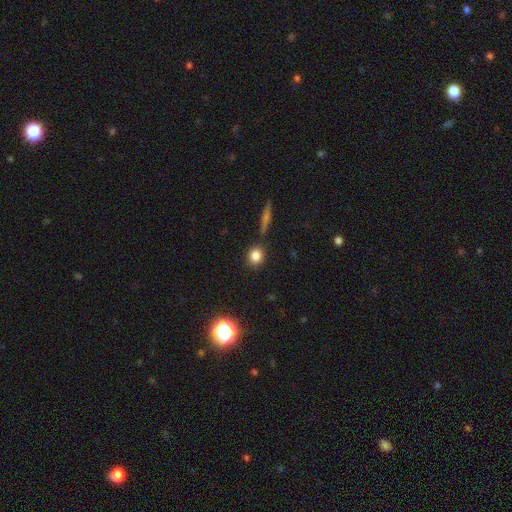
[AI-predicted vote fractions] Overall: smooth (82%). How rounded: round (74%). Merging: none (84%).